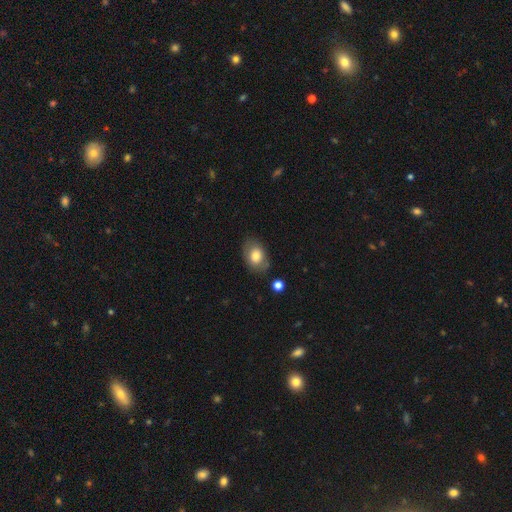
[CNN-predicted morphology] Q: Smooth or featured?
A: smooth (76%); runner-up: featured or disk (16%)
Q: How rounded?
A: in between (76%); runner-up: round (23%)
Q: Merging?
A: none (77%); runner-up: minor disturbance (15%)